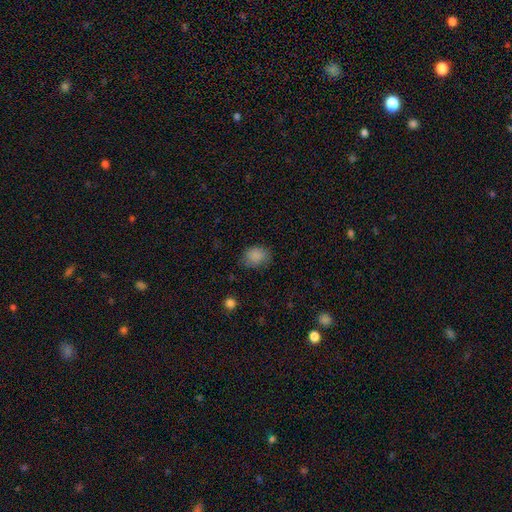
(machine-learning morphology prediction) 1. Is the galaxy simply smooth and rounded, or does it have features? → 85% smooth, 10% star or artifact, 5% featured or disk.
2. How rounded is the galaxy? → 58% in between, 41% round, 1% cigar-shaped.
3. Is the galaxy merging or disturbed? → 70% none, 22% minor disturbance, 6% major disturbance, 1% merger.